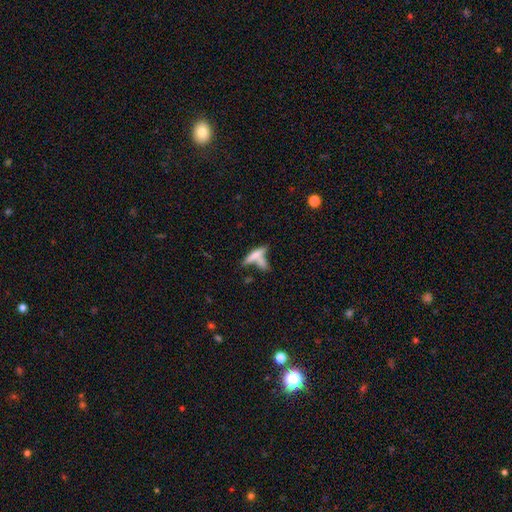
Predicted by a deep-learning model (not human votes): A smooth galaxy with no disk features (63%) that is cigar-shaped (78%). Merging: merger (45%).